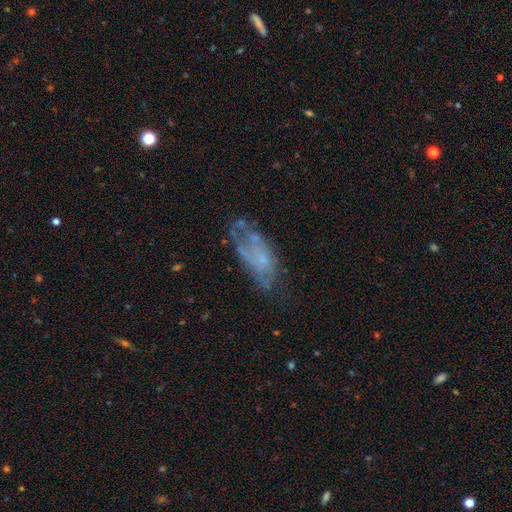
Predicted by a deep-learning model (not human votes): Overall: featured or disk (47%; smooth 37%). Merging: none (48%; minor disturbance 25%).